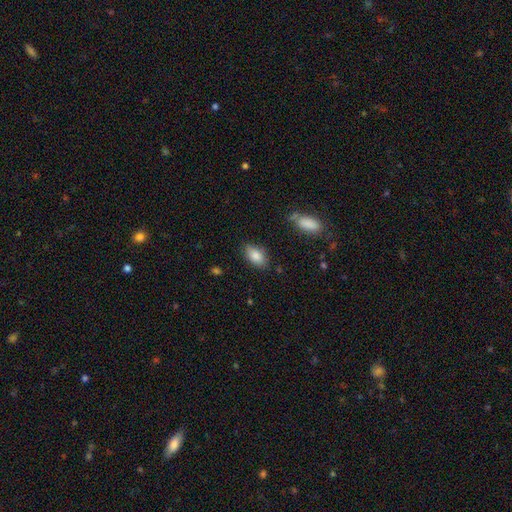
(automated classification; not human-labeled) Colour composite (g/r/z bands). It shows a smooth galaxy with no disk features (85%) that is in between round and cigar-shaped (91%). Merging: none (80%).